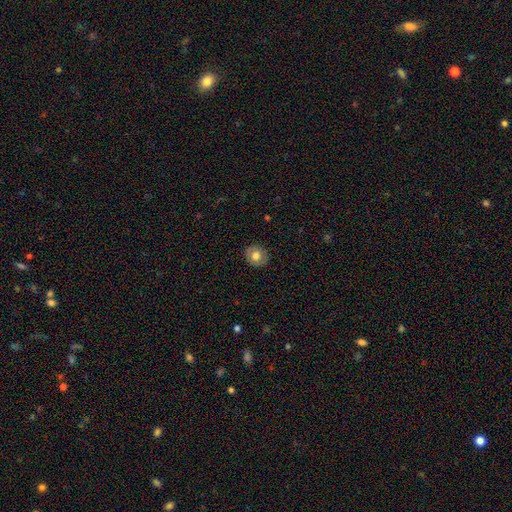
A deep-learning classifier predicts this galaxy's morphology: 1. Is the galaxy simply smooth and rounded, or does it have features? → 71% smooth, 21% featured or disk, 8% star or artifact.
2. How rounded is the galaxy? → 81% round, 18% in between, 1% cigar-shaped.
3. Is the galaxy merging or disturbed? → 89% none, 8% minor disturbance, 2% major disturbance, 1% merger.